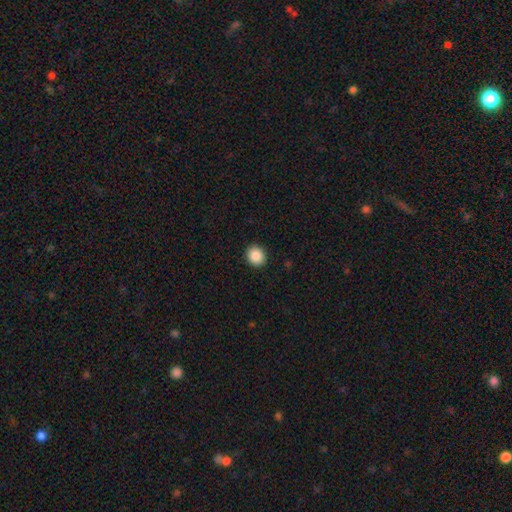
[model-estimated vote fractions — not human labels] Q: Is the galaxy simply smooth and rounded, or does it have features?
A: smooth — 87%.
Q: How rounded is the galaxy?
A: round — 78%.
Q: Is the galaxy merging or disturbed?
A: none — 92%.